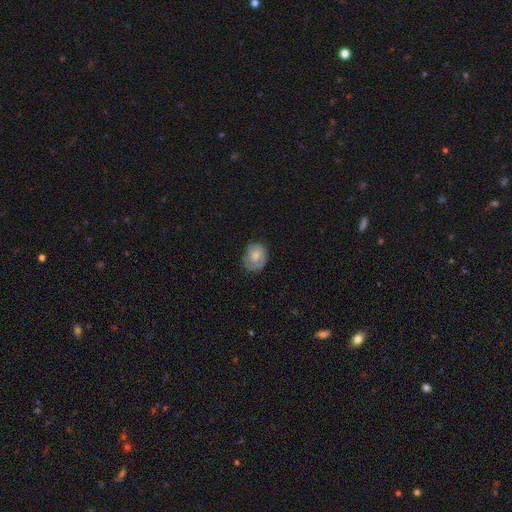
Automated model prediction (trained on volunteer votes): This appears to be a smooth galaxy with no disk features (58%) that is round (52%). Merging: none (67%).